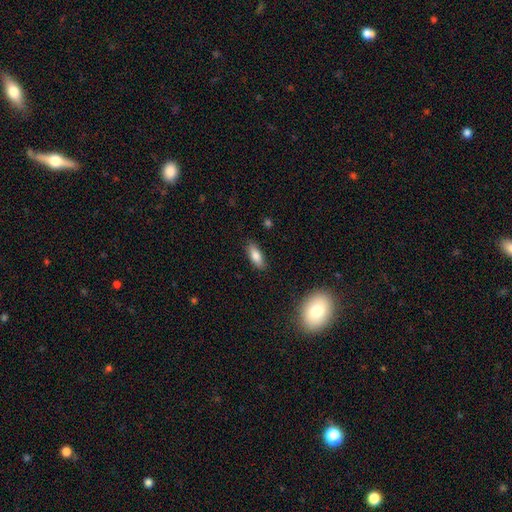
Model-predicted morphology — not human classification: Smooth or featured?
  - smooth: 81% *
  - featured or disk: 11%
  - star or artifact: 8%
How rounded?
  - in between: 72% *
  - cigar-shaped: 26%
  - round: 2%
Merging?
  - none: 85% *
  - minor disturbance: 11%
  - major disturbance: 3%
  - merger: 1%